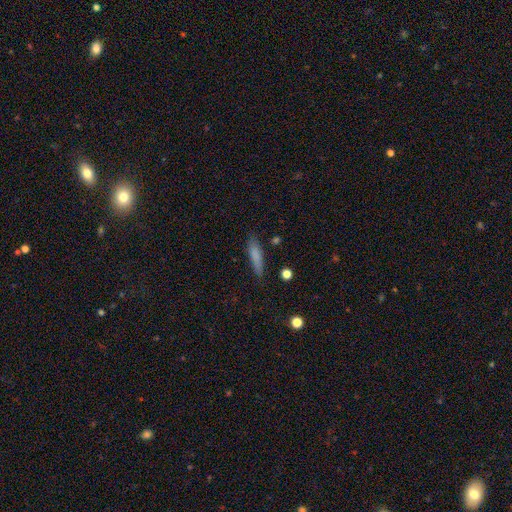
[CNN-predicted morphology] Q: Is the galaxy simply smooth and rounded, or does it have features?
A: smooth — 78%.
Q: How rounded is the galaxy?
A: cigar-shaped — 77%.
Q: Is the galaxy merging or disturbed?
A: none — 78%.